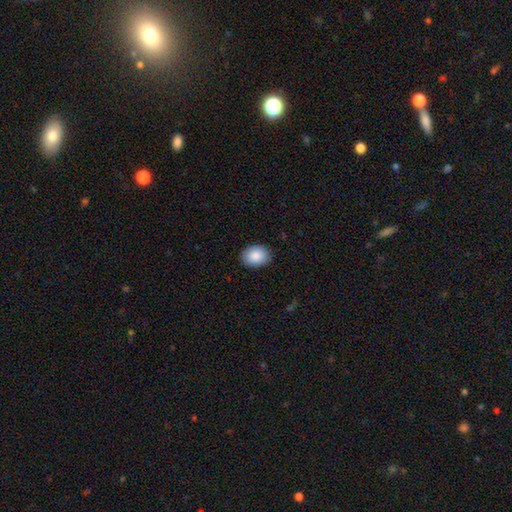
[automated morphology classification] Smooth or featured? Predicted: smooth (p=0.88). How rounded? Predicted: in between (p=0.69). Merging? Predicted: none (p=0.88).